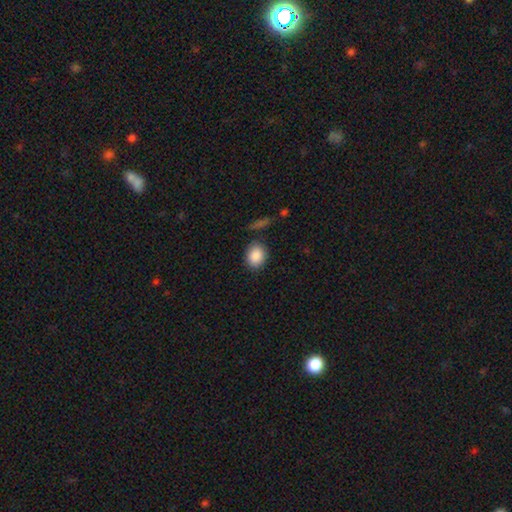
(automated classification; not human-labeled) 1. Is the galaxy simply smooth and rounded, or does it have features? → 88% smooth, 7% star or artifact, 4% featured or disk.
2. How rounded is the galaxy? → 50% in between, 49% round, 1% cigar-shaped.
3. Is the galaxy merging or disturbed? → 81% none, 12% minor disturbance, 4% merger, 3% major disturbance.